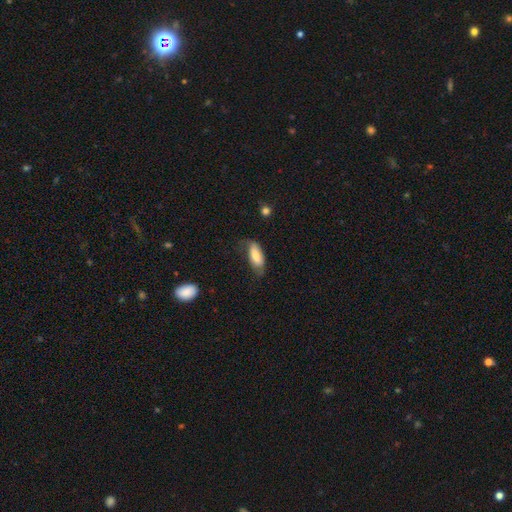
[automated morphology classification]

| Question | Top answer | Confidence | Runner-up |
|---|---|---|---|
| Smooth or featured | smooth | 77% | featured or disk (17%) |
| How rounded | in between | 82% | cigar-shaped (16%) |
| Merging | none | 54% | minor disturbance (32%) |